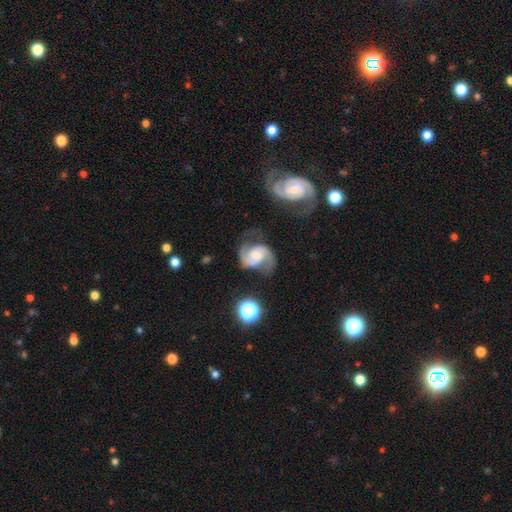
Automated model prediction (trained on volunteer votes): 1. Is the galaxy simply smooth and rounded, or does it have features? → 86% featured or disk, 8% smooth, 6% star or artifact.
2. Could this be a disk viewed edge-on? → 98% no, 2% yes.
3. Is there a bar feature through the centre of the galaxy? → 49% no, 41% weak, 11% strong.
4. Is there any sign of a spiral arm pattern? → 97% yes, 3% no.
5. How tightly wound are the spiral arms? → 55% medium, 25% loose, 20% tight.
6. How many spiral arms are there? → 92% 2, 3% can't tell, 2% 1, 1% 3, 1% 4, 1% more than 4.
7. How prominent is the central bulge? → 36% moderate, 28% small, 17% none, 16% large, 3% dominant.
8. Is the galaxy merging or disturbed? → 61% none, 20% minor disturbance, 13% major disturbance, 5% merger.